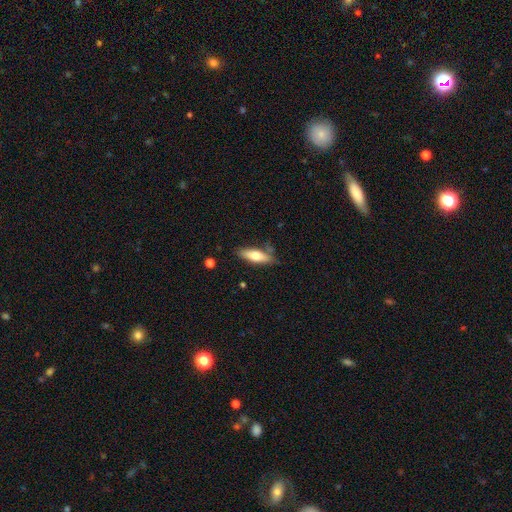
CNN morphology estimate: A smooth galaxy with no disk features (65%) that is cigar-shaped (50%).

Vote fractions:
- Smooth or featured? smooth: 65% / featured or disk: 29% / star or artifact: 6%
- How rounded? cigar-shaped: 50% / in between: 48% / round: 2%
- Merging? none: 74% / minor disturbance: 18% / merger: 4% / major disturbance: 4%